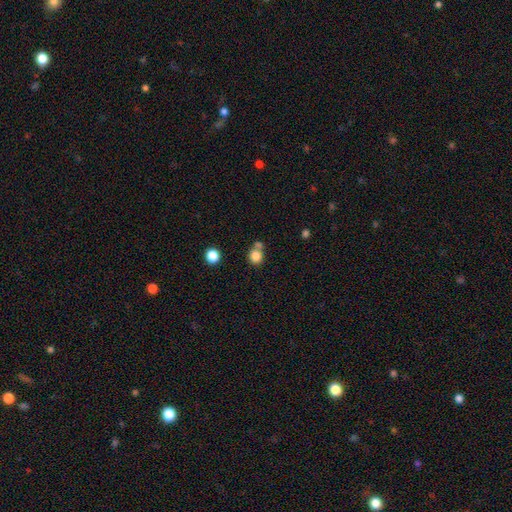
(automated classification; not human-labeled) Smooth or featured? Predicted: smooth (p=0.83). How rounded? Predicted: round (p=0.84). Merging? Predicted: none (p=0.54).